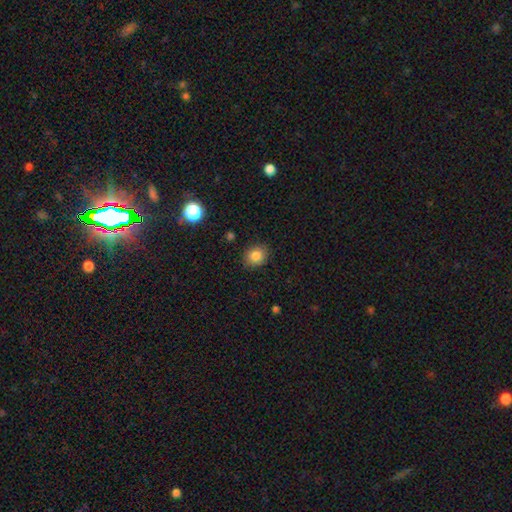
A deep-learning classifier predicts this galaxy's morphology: smooth_or_featured: smooth (p=0.83) [alt: star or artifact p=0.11]
how_rounded: round (p=0.66) [alt: in between p=0.33]
merging: none (p=0.86) [alt: minor disturbance p=0.10]